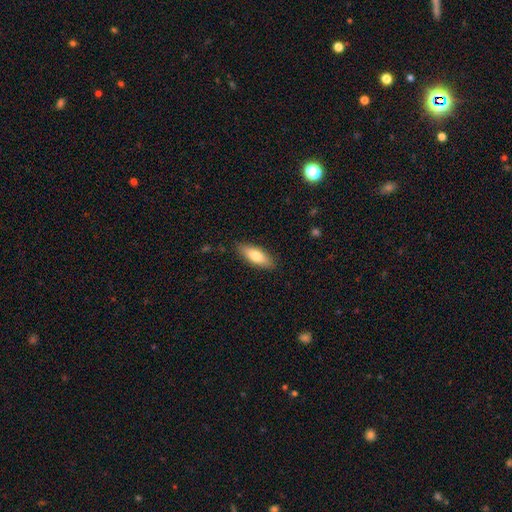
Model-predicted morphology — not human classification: Smooth or featured? smooth (77%)
How rounded? in between (67%)
Merging? none (86%)